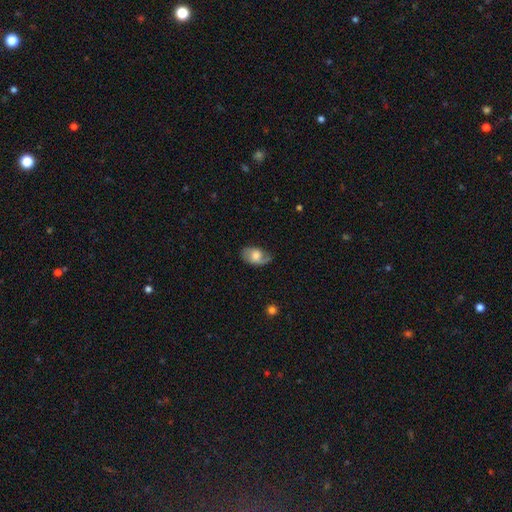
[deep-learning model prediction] Smooth or featured? smooth (53%)
How rounded? in between (88%)
Merging? none (60%)